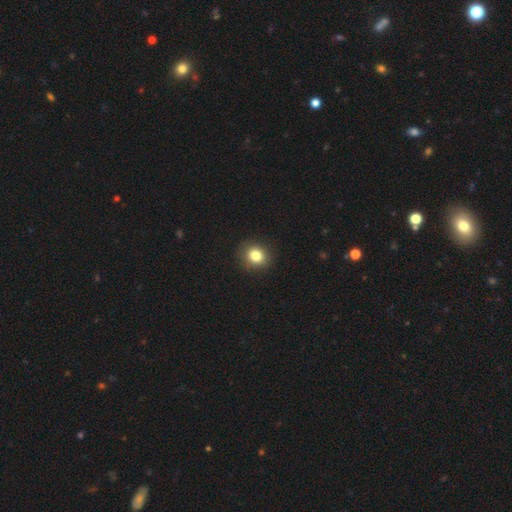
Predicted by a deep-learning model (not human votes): Smooth or featured? Predicted: smooth (p=0.83). How rounded? Predicted: round (p=0.80). Merging? Predicted: none (p=0.89).